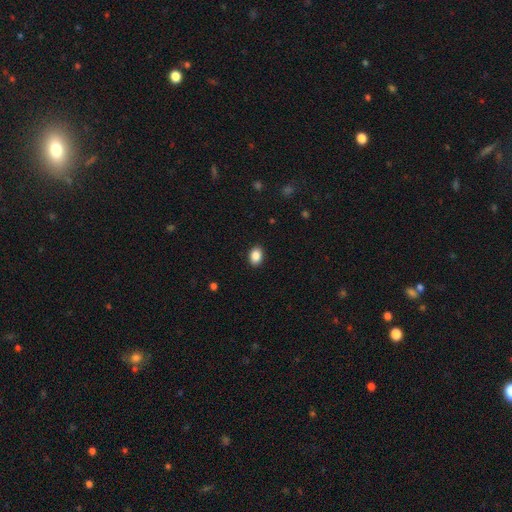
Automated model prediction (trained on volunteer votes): Morphology: type=smooth (88%); roundness=in between (80%); merging=none (90%).